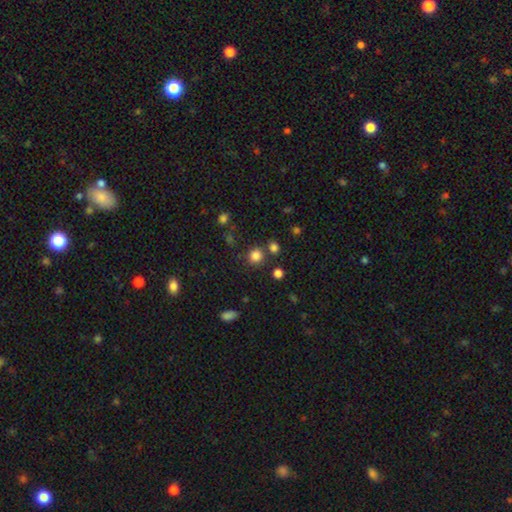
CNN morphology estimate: Smooth or featured? Predicted: smooth (p=0.81). How rounded? Predicted: round (p=0.89). Merging? Predicted: none (p=0.79).